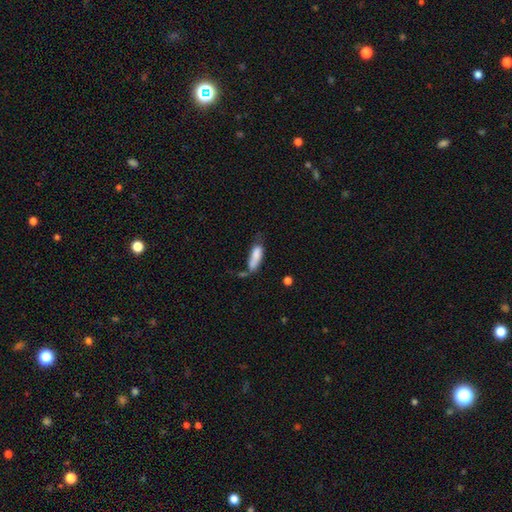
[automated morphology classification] smooth-or-featured: smooth: 79% | featured or disk: 13% | star or artifact: 8%
  how-rounded: in between: 60% | cigar-shaped: 38% | round: 2%
  merging: none: 32% | minor disturbance: 30% | major disturbance: 22% | merger: 16%